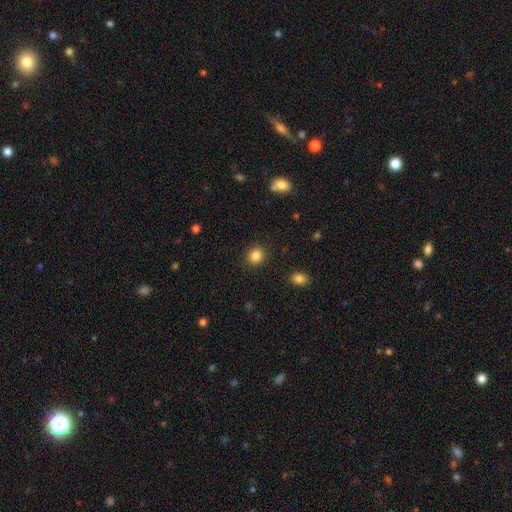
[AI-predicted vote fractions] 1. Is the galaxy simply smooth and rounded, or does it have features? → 86% smooth, 10% star or artifact, 4% featured or disk.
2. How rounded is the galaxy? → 79% round, 20% in between, 1% cigar-shaped.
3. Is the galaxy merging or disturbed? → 90% none, 7% minor disturbance, 2% major disturbance, 1% merger.